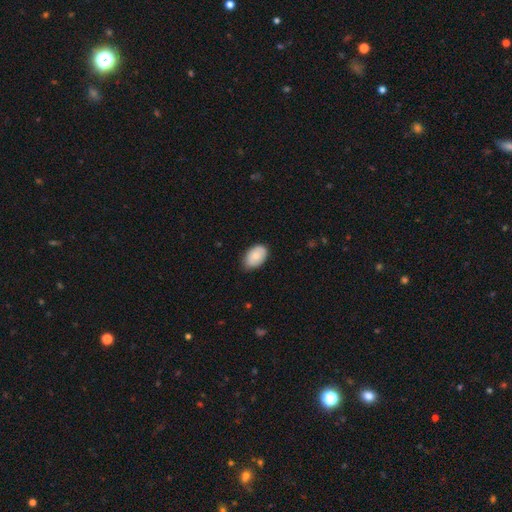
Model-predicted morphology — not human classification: Smooth or featured?
  - smooth: 82% *
  - featured or disk: 11%
  - star or artifact: 6%
How rounded?
  - in between: 91% *
  - round: 7%
  - cigar-shaped: 1%
Merging?
  - none: 74% *
  - minor disturbance: 22%
  - major disturbance: 3%
  - merger: 1%